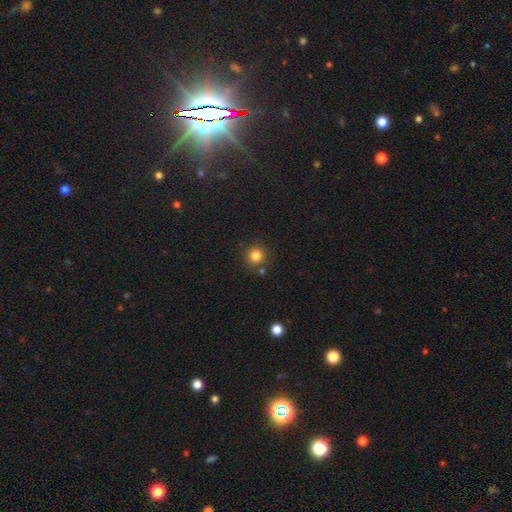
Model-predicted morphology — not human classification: Smooth or featured? Predicted: smooth (p=0.82). How rounded? Predicted: round (p=0.93). Merging? Predicted: none (p=0.83).